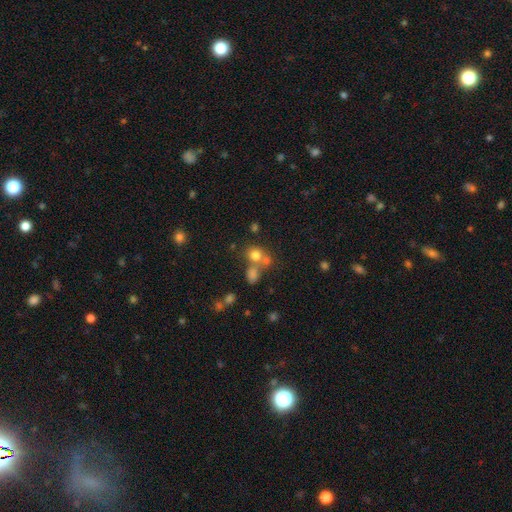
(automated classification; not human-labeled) The model was most divided on "merging": none: 46%, merger: 40%, minor disturbance: 9%, major disturbance: 5%. More confident: how rounded — round (77%); smooth or featured — smooth (72%).